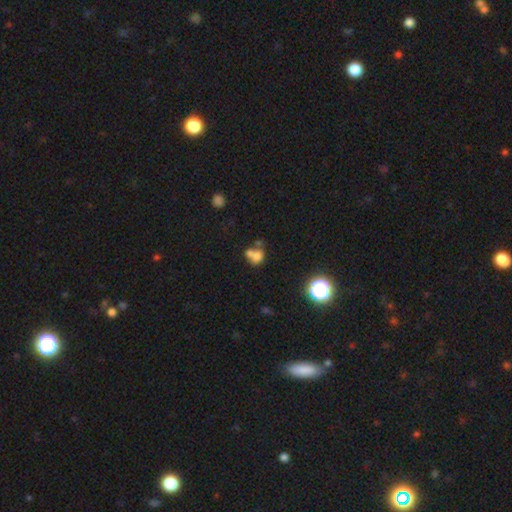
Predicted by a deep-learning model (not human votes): The model was most divided on "how rounded": round: 63%, in between: 36%, cigar-shaped: 1%. More confident: smooth or featured — smooth (67%); merging — merger (58%).